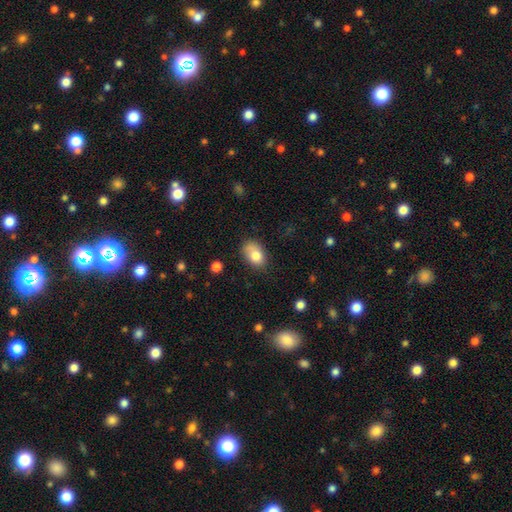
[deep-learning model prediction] This is clearly a smooth galaxy (80%). How rounded: clearly in between (85%). Merging: likely none (63%).